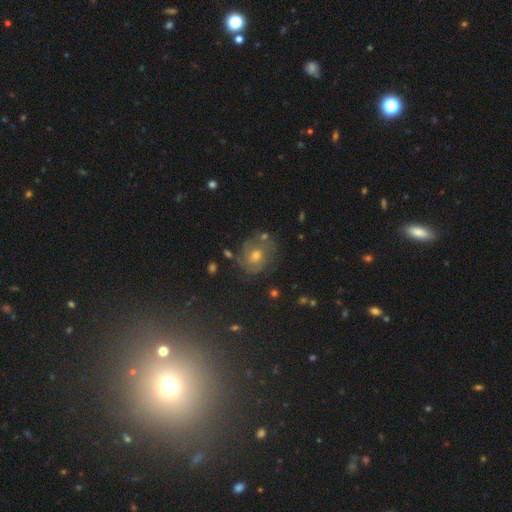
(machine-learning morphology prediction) Smooth or featured? Predicted: featured or disk (p=0.60). Edge-on disk? Predicted: no (p=0.97). Bar? Predicted: no (p=0.69). Spiral arms? Predicted: yes (p=0.87). Spiral winding? Predicted: tight (p=0.54). Spiral arm count? Predicted: can't tell (p=0.36). Bulge size? Predicted: moderate (p=0.64). Merging? Predicted: none (p=0.72).